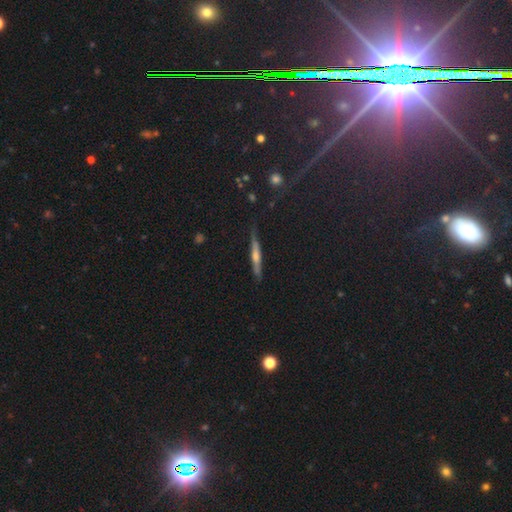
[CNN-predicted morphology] Smooth or featured? Predicted: featured or disk (p=0.57). Edge-on disk? Predicted: yes (p=0.95). Edge-on bulge? Predicted: rounded (p=0.68). Merging? Predicted: none (p=0.83).